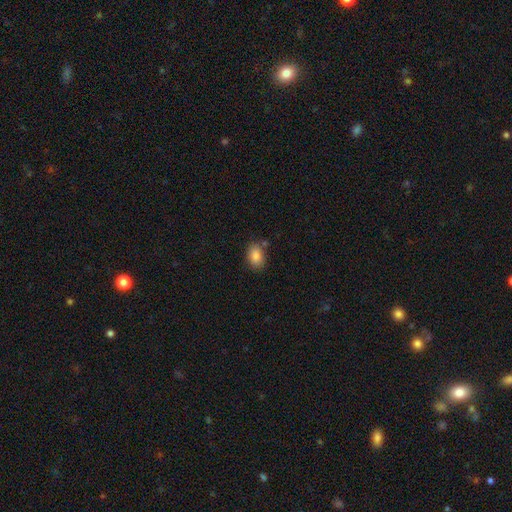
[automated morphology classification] Overall: smooth (86%). How rounded: in between (81%). Merging: none (76%).